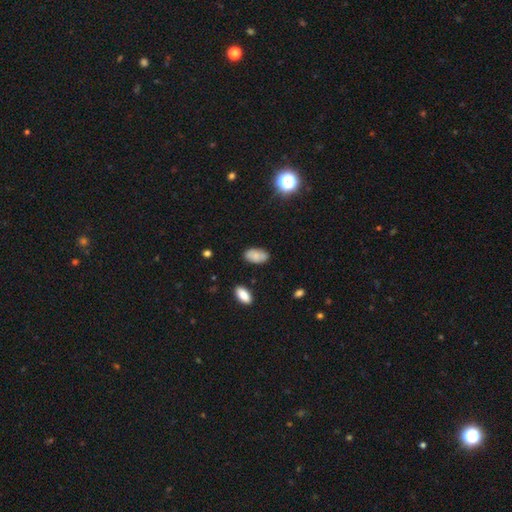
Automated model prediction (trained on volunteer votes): The model was most divided on "smooth or featured": smooth: 78%, featured or disk: 13%, star or artifact: 9%. More confident: how rounded — in between (94%); merging — none (81%).